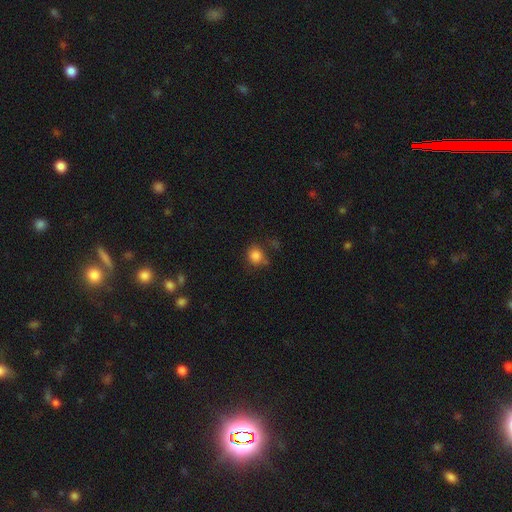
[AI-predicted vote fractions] smooth-or-featured: smooth: 84% | star or artifact: 11% | featured or disk: 5%
  how-rounded: round: 81% | in between: 18% | cigar-shaped: 1%
  merging: none: 64% | minor disturbance: 22% | major disturbance: 8% | merger: 6%